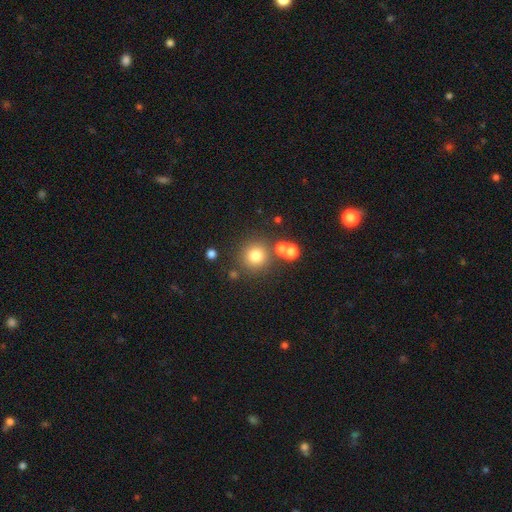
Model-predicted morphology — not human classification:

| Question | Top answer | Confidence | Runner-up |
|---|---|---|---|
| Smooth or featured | smooth | 76% | star or artifact (16%) |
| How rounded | round | 94% | in between (5%) |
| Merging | none | 77% | merger (11%) |